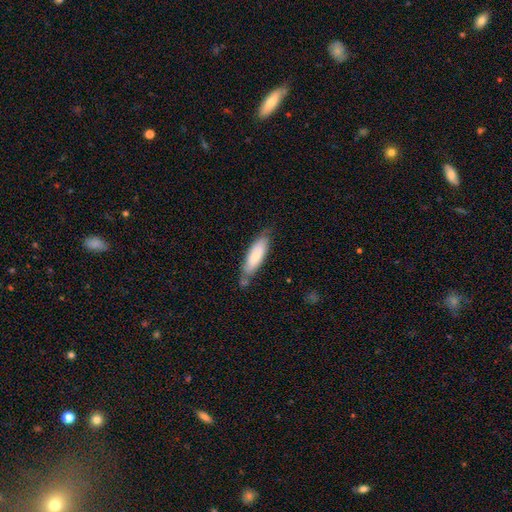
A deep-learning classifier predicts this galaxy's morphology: Smooth or featured? Predicted: smooth (p=0.71). How rounded? Predicted: cigar-shaped (p=0.50). Merging? Predicted: none (p=0.68).